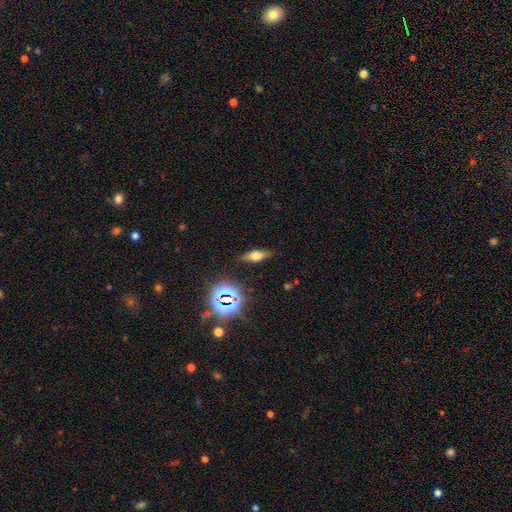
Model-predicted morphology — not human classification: This appears to be a smooth galaxy with no disk features (58%) that is in between round and cigar-shaped (66%). Merging: none (84%).